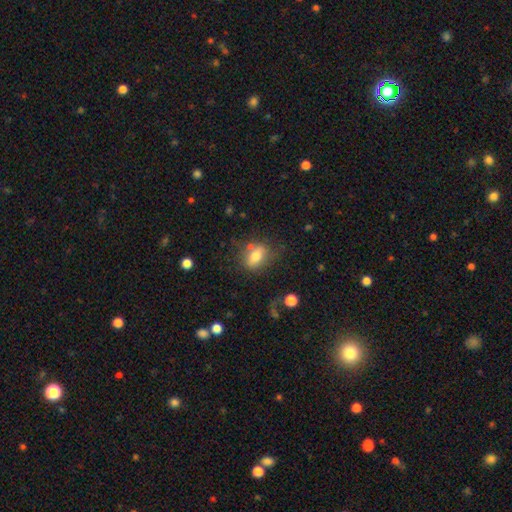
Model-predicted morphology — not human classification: smooth_or_featured: smooth (p=0.74) [alt: featured or disk p=0.17]
how_rounded: in between (p=0.73) [alt: round p=0.24]
merging: none (p=0.61) [alt: minor disturbance p=0.21]